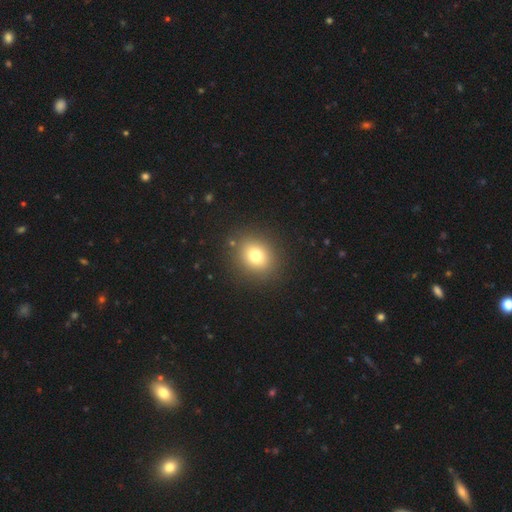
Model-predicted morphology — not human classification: smooth-or-featured: smooth: 76% | star or artifact: 14% | featured or disk: 10%
  how-rounded: round: 69% | in between: 30% | cigar-shaped: 1%
  merging: none: 88% | minor disturbance: 7% | major disturbance: 3% | merger: 2%